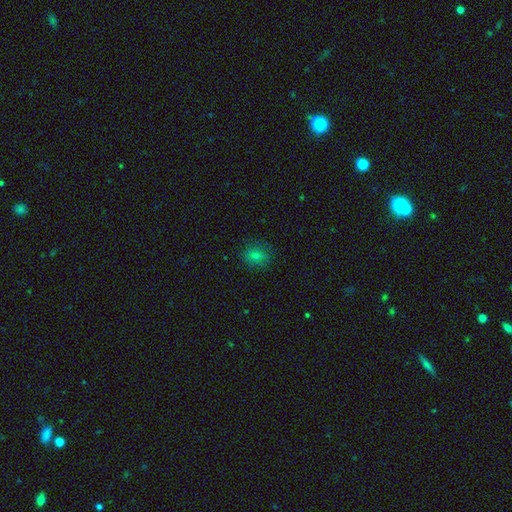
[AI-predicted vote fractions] Overall: smooth (69%). How rounded: round (73%). Merging: none (84%).